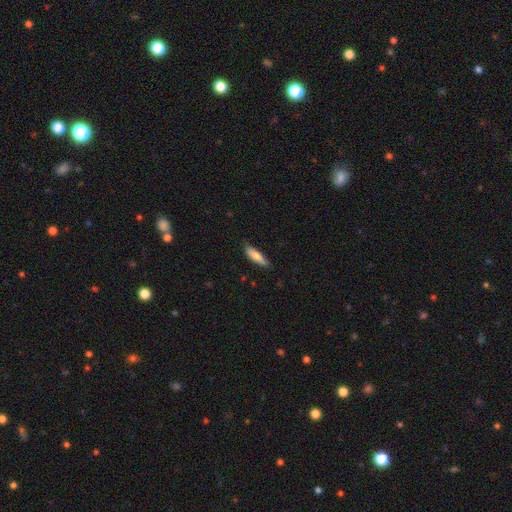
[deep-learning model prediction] smooth-or-featured: smooth: 78% | featured or disk: 16% | star or artifact: 6%
  how-rounded: cigar-shaped: 63% | in between: 35% | round: 2%
  merging: none: 74% | minor disturbance: 21% | major disturbance: 3% | merger: 1%